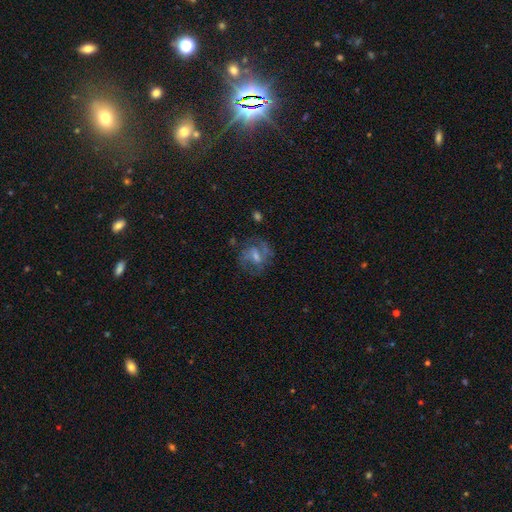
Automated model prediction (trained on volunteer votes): Overall: featured or disk (63%). Edge-on disk: no (96%). Bar: weak (48%; no 34%). Spiral arms: yes (79%). Bulge size: moderate (42%, tied with small). Merging: none (70%).